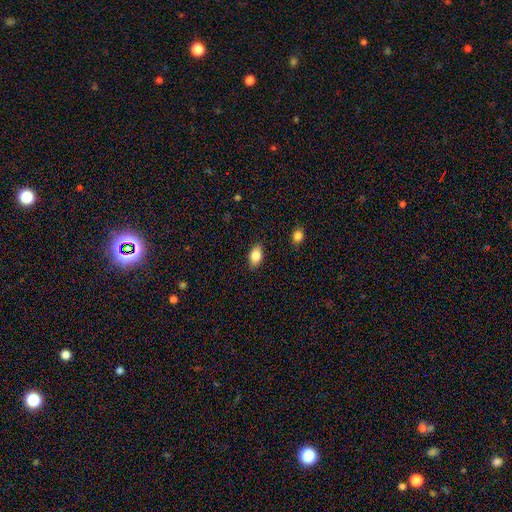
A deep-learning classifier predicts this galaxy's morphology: The model was most divided on "how rounded": in between: 84%, round: 13%, cigar-shaped: 2%. More confident: merging — none (85%); smooth or featured — smooth (83%).